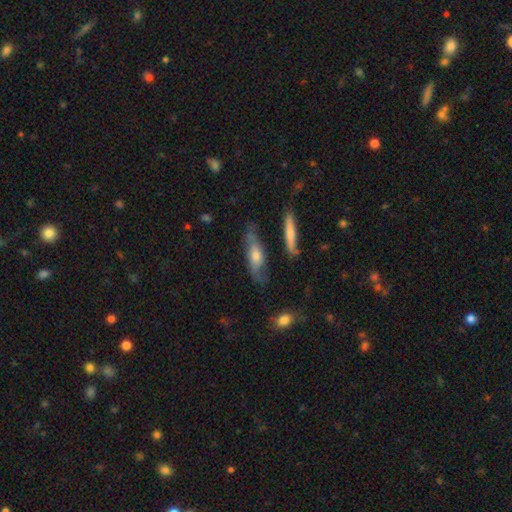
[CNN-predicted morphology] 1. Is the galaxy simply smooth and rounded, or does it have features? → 54% featured or disk, 39% smooth, 7% star or artifact.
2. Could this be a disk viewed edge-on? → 51% no, 49% yes.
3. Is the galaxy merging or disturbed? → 67% none, 21% minor disturbance, 8% major disturbance, 4% merger.